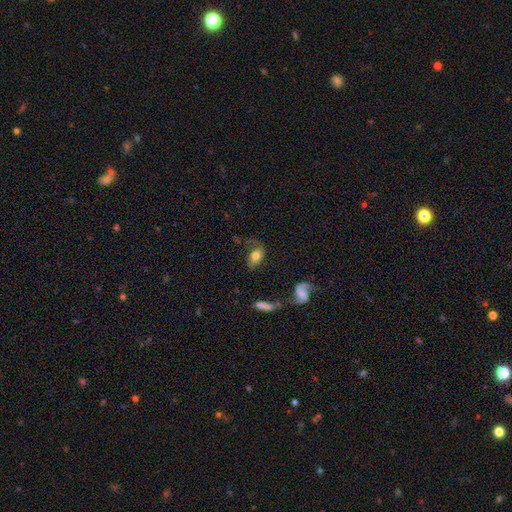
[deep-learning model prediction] smooth_or_featured: smooth (p=0.60) [alt: featured or disk p=0.32]
how_rounded: in between (p=0.83) [alt: round p=0.14]
merging: none (p=0.46) [alt: minor disturbance p=0.26]